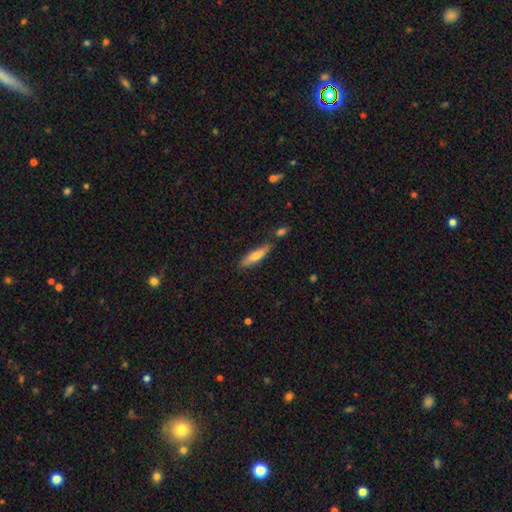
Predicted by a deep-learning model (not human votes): A smooth galaxy with no disk features (67%) that is cigar-shaped (71%).

Vote fractions:
- Smooth or featured? smooth: 67% / featured or disk: 27% / star or artifact: 7%
- How rounded? cigar-shaped: 71% / in between: 28% / round: 2%
- Merging? none: 73% / minor disturbance: 17% / merger: 6% / major disturbance: 3%